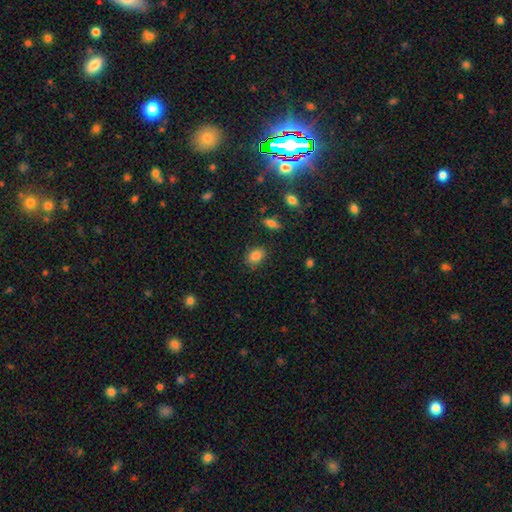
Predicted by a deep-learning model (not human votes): Morphology: type=smooth (84%); roundness=in between (79%); merging=none (82%).